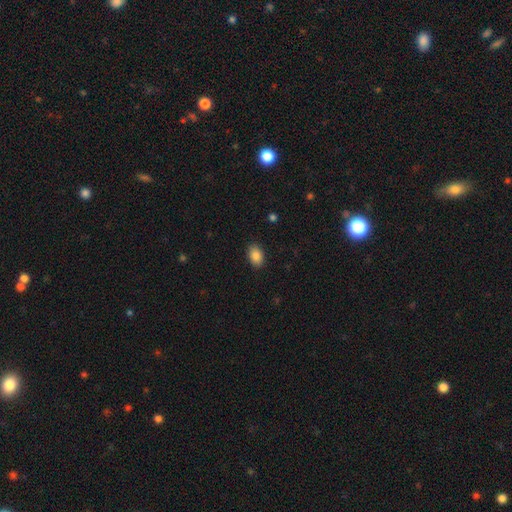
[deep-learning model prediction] The model was most divided on "how rounded": in between: 85%, round: 13%, cigar-shaped: 1%. More confident: merging — none (88%); smooth or featured — smooth (87%).